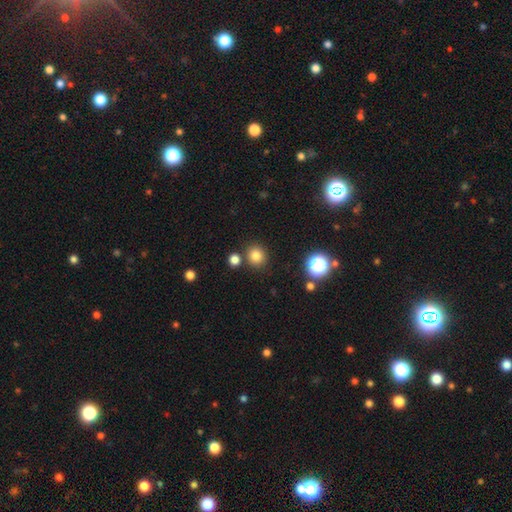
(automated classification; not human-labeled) smooth 81%, star or artifact 14%, featured or disk 5%. Down the decision tree: how rounded — round (87%); merging — none (83%).